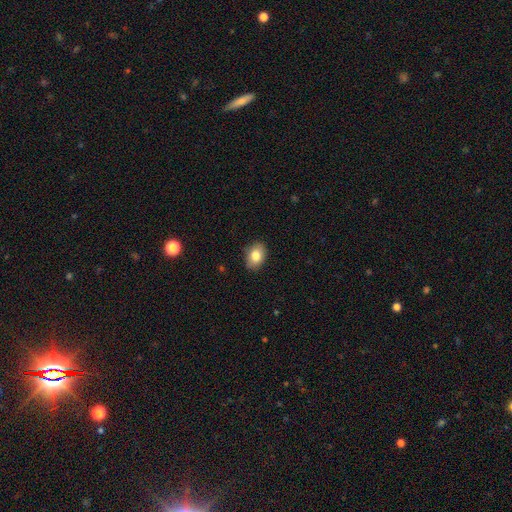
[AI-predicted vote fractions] A smooth galaxy with no disk features (83%) that is in between round and cigar-shaped (77%). Merging: none (86%).